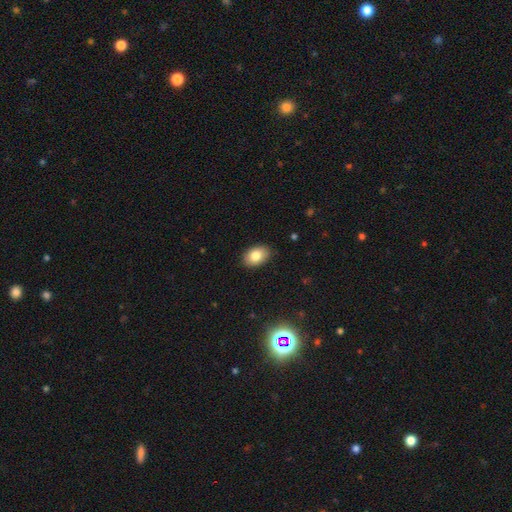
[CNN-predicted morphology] A smooth galaxy with no disk features (82%) that is in between round and cigar-shaped (86%). Merging: none (88%).